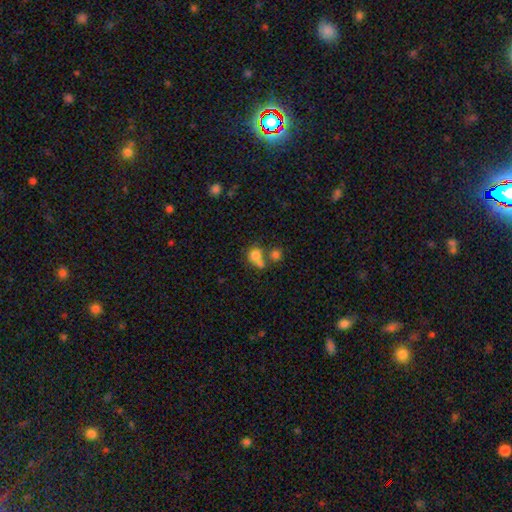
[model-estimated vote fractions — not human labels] A smooth galaxy with no disk features (74%) that is round (76%).

Vote fractions:
- Smooth or featured? smooth: 74% / star or artifact: 13% / featured or disk: 13%
- How rounded? round: 76% / in between: 23% / cigar-shaped: 1%
- Merging? merger: 46% / none: 40% / minor disturbance: 9% / major disturbance: 6%